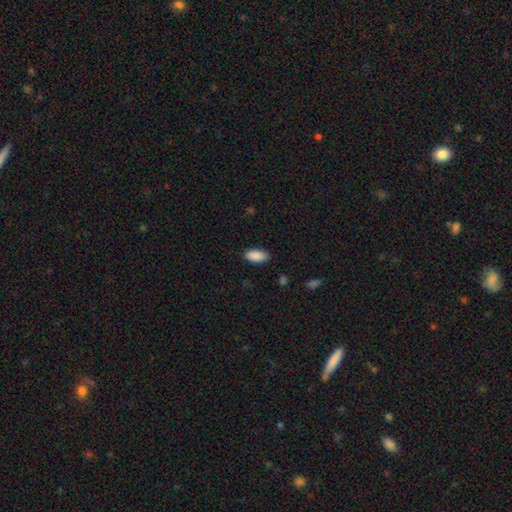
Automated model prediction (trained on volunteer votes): A smooth galaxy with no disk features (90%) that is in between round and cigar-shaped (91%). Merging: none (87%).